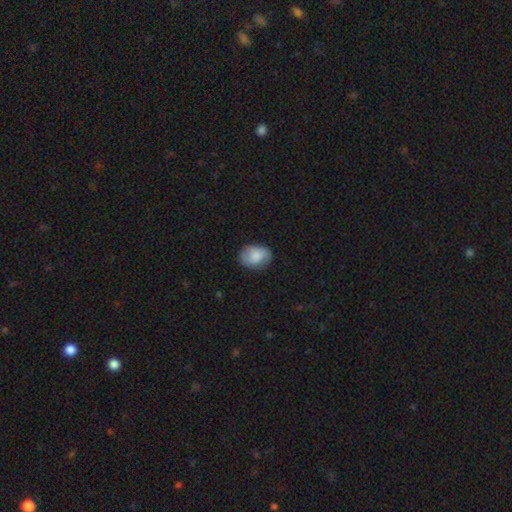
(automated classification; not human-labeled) Smooth or featured? Predicted: smooth (p=0.80). How rounded? Predicted: in between (p=0.73). Merging? Predicted: none (p=0.76).